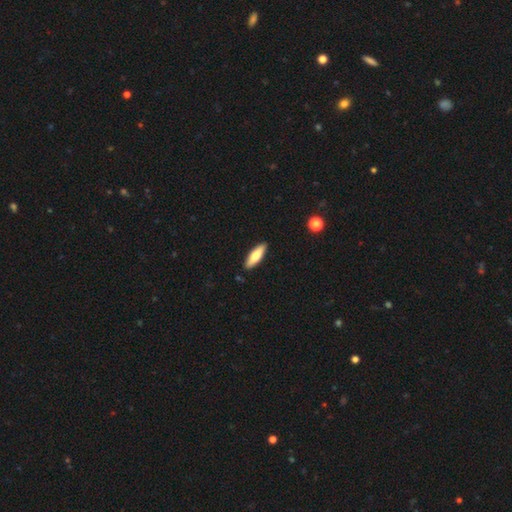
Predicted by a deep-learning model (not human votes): smooth_or_featured: smooth (p=0.71) [alt: featured or disk p=0.23]
how_rounded: cigar-shaped (p=0.52) [alt: in between p=0.46]
merging: none (p=0.89) [alt: minor disturbance p=0.08]